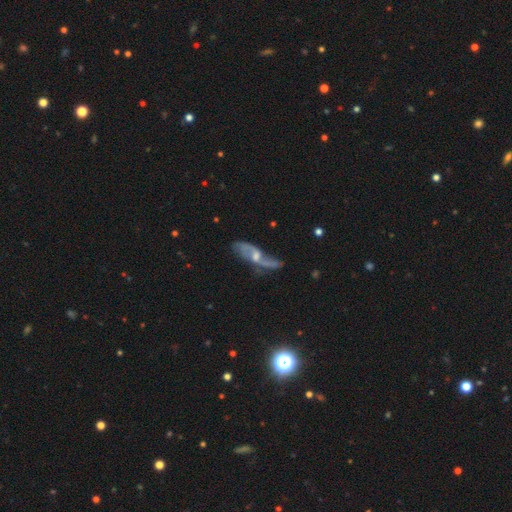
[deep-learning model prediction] featured or disk 76%, smooth 15%, star or artifact 8%. Down the decision tree: edge-on disk — no (81%); bar — no (53%); spiral arms — yes (85%); spiral arm count — 2 (79%); spiral winding — loose (64%); bulge size — moderate (50%); merging — none (52%).